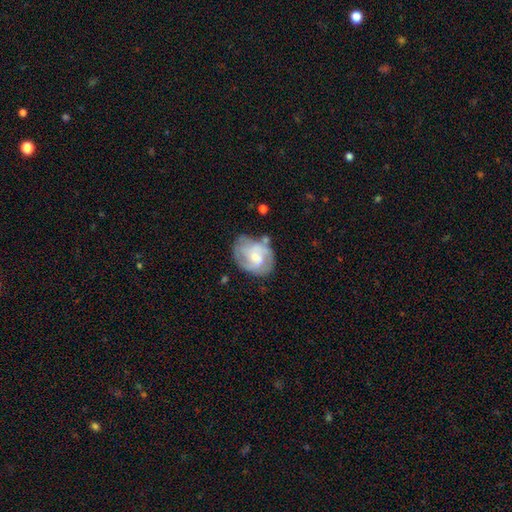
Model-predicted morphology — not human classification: Smooth or featured?
  - featured or disk: 71% *
  - smooth: 23%
  - star or artifact: 6%
Edge-on disk?
  - no: 98% *
  - yes: 2%
Bar?
  - no: 55% *
  - weak: 38%
  - strong: 7%
Spiral arms?
  - yes: 87% *
  - no: 13%
Spiral winding?
  - medium: 45% *
  - tight: 40%
  - loose: 16%
Spiral arm count?
  - 2: 41% *
  - can't tell: 25%
  - 3: 22%
  - 1: 5%
  - 4: 4%
  - more than 4: 3%
Bulge size?
  - moderate: 44% *
  - small: 37%
  - none: 9%
  - large: 9%
  - dominant: 2%
Merging?
  - none: 56% *
  - minor disturbance: 25%
  - major disturbance: 13%
  - merger: 6%